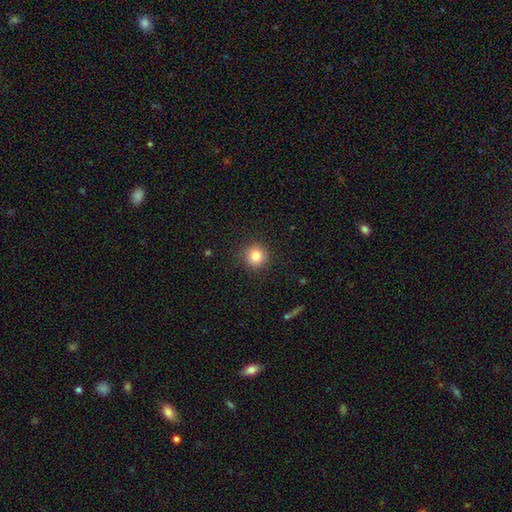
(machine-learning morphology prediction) Smooth or featured? smooth (84%)
How rounded? round (93%)
Merging? none (90%)